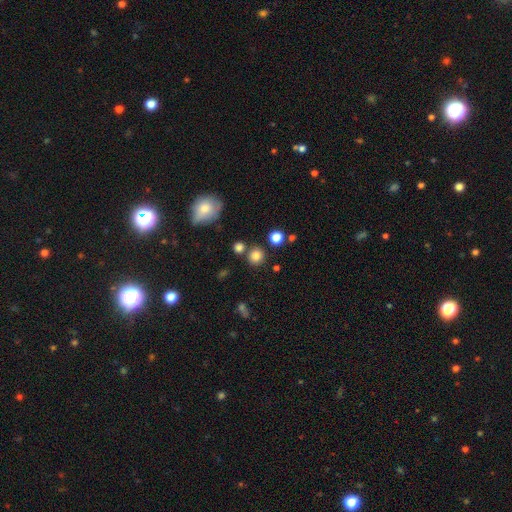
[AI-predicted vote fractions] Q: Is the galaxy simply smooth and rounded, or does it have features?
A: smooth — 81%.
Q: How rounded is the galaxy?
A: round — 89%.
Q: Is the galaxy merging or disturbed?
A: none — 80%.